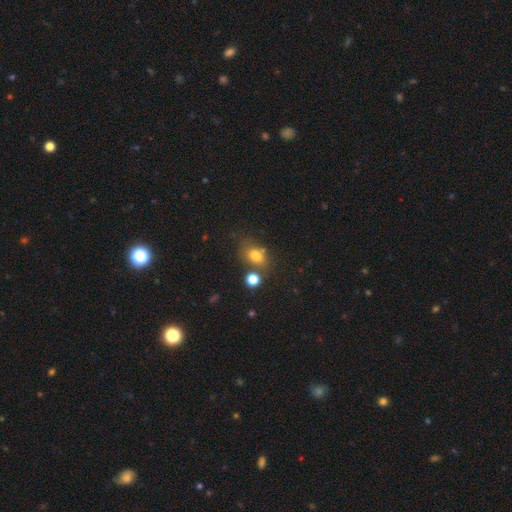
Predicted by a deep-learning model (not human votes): Smooth or featured: smooth — 77% (star or artifact — 13%)
How rounded: in between — 62% (round — 36%)
Merging: none — 58% (merger — 18%)